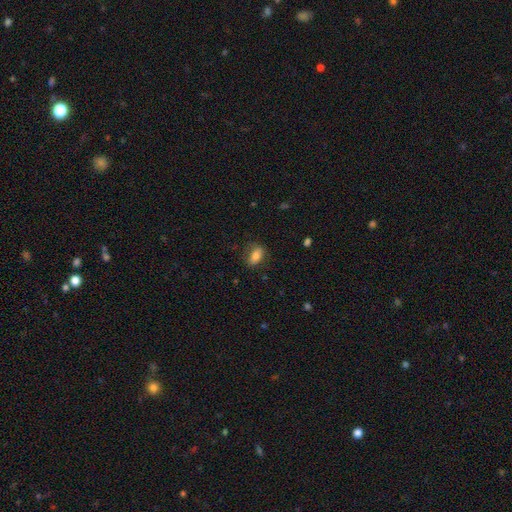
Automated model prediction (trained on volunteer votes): Smooth or featured: smooth — 77% (featured or disk — 15%)
How rounded: in between — 85% (round — 10%)
Merging: none — 74% (minor disturbance — 19%)